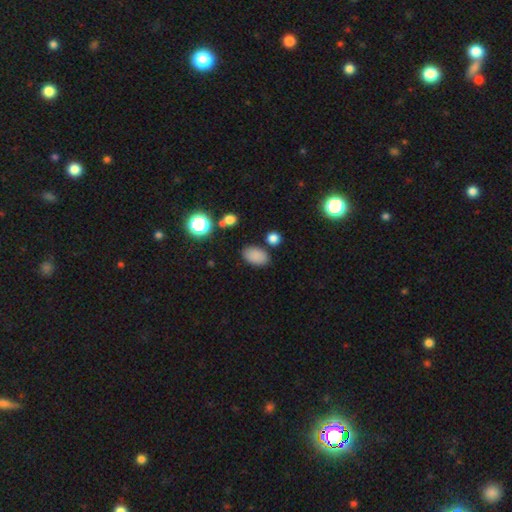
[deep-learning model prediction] A smooth galaxy with no disk features (84%) that is in between round and cigar-shaped (90%). Merging: none (81%).